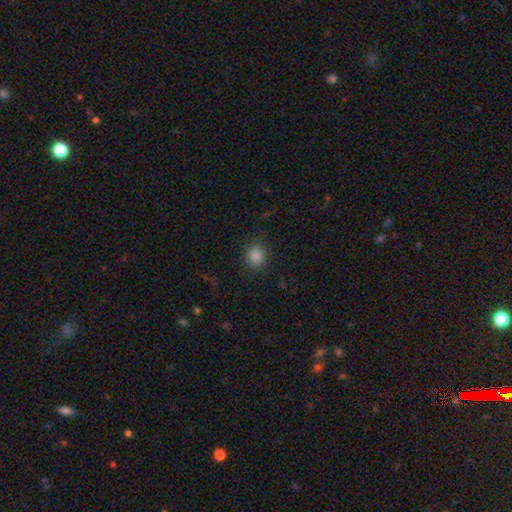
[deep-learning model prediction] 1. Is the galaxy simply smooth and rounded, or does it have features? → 84% smooth, 12% star or artifact, 4% featured or disk.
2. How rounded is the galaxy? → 77% round, 22% in between, 1% cigar-shaped.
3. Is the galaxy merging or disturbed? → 88% none, 8% minor disturbance, 3% major disturbance, 1% merger.